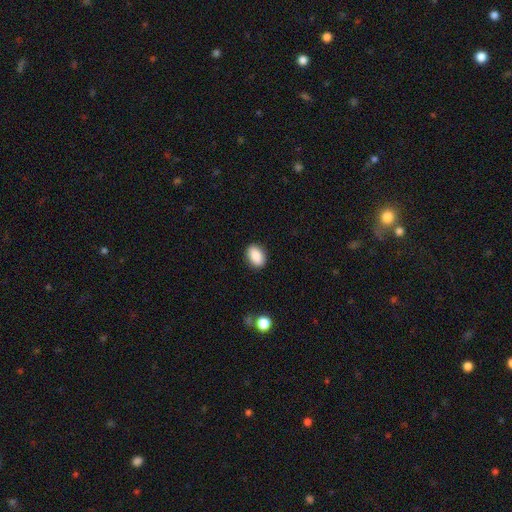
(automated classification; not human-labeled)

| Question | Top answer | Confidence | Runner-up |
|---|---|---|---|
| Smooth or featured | smooth | 86% | star or artifact (8%) |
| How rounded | in between | 79% | round (20%) |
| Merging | none | 88% | minor disturbance (9%) |